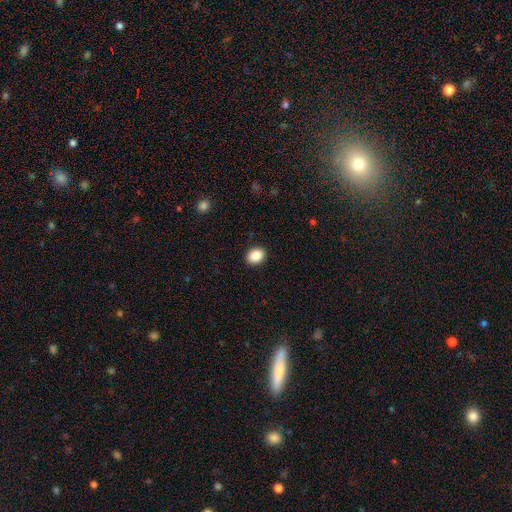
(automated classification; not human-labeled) Smooth or featured: smooth — 88% (star or artifact — 8%)
How rounded: in between — 64% (round — 36%)
Merging: none — 91% (minor disturbance — 6%)